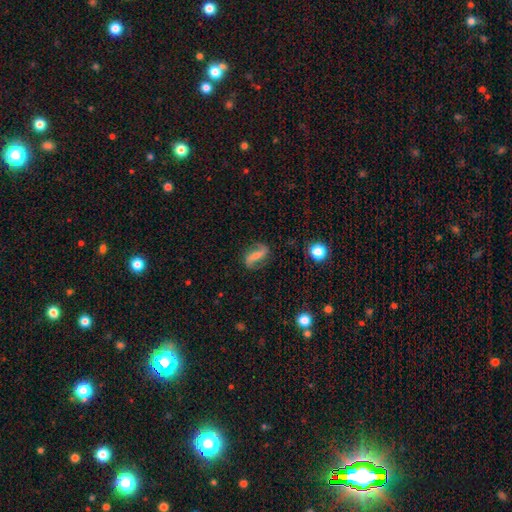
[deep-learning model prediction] A featured or disk galaxy (71%) with a strong bar (49%), 2 (90%) loose (73%) spiral arms (91%) and a small central bulge (45%).

Vote fractions:
- Smooth or featured? featured or disk: 71% / smooth: 21% / star or artifact: 8%
- Edge-on disk? no: 93% / yes: 7%
- Bar? strong: 49% / weak: 28% / no: 23%
- Spiral arms? yes: 91% / no: 9%
- Spiral winding? loose: 73% / medium: 19% / tight: 8%
- Spiral arm count? 2: 90% / 1: 4% / can't tell: 3% / 3: 1% / 4: 1% / more than 4: 1%
- Bulge size? small: 45% / moderate: 26% / none: 22% / large: 5% / dominant: 2%
- Merging? none: 78% / minor disturbance: 14% / major disturbance: 6% / merger: 2%